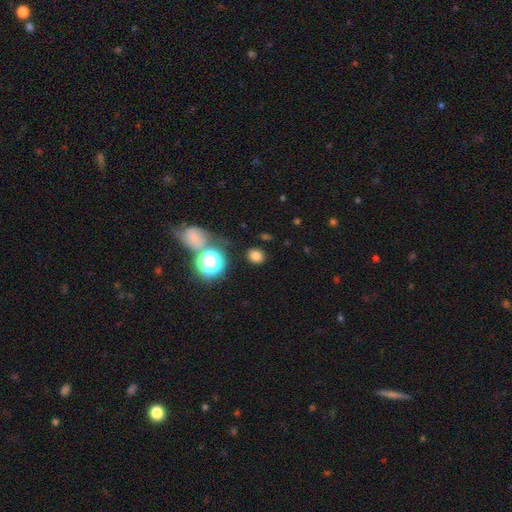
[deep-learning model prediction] The model was most divided on "how rounded": round: 67%, in between: 32%, cigar-shaped: 1%. More confident: merging — none (84%); smooth or featured — smooth (75%).